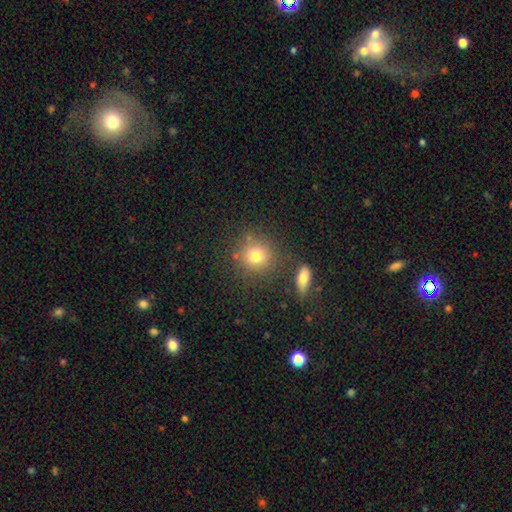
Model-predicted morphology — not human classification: Smooth or featured? Predicted: smooth (p=0.77). How rounded? Predicted: round (p=0.89). Merging? Predicted: none (p=0.79).